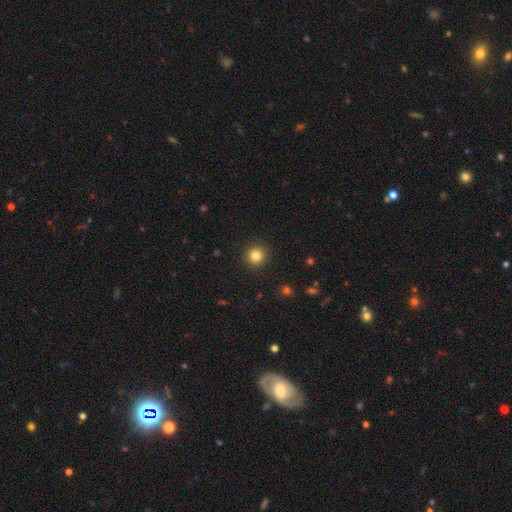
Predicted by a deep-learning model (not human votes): Smooth or featured: smooth — 84% (star or artifact — 11%)
How rounded: round — 94% (in between — 5%)
Merging: none — 91% (minor disturbance — 5%)